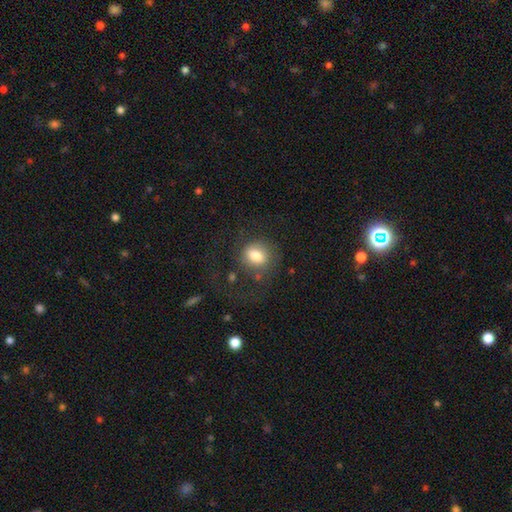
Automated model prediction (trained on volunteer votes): Overall: smooth (78%). How rounded: round (66%; in between 33%). Merging: none (64%).